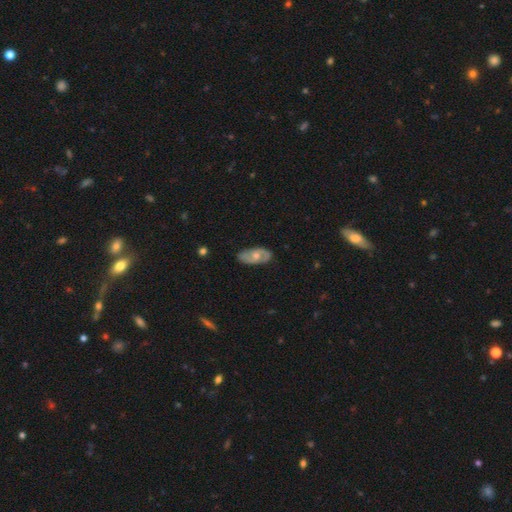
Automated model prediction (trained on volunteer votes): This appears to be a featured or disk galaxy (60%) with no bar (71%), spiral arms (70%) and a moderate central bulge (63%). Merging: none (79%).